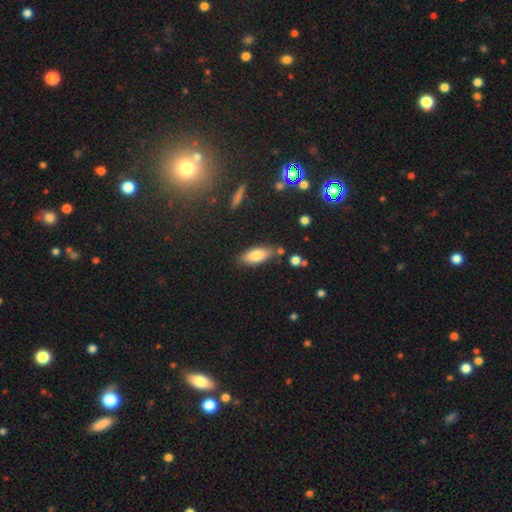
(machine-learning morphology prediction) Q: Smooth or featured?
A: smooth (80%); runner-up: featured or disk (13%)
Q: How rounded?
A: in between (77%); runner-up: cigar-shaped (21%)
Q: Merging?
A: none (80%); runner-up: minor disturbance (13%)